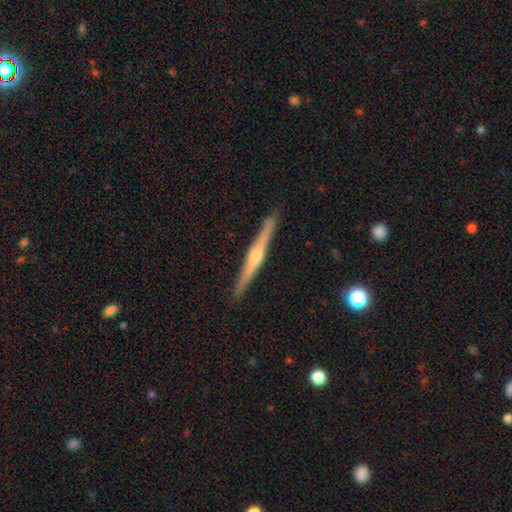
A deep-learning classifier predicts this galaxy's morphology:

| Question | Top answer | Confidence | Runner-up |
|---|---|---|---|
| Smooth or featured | featured or disk | 78% | smooth (17%) |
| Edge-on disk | yes | 98% | no (2%) |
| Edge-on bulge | rounded | 85% | none (9%) |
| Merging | none | 92% | minor disturbance (6%) |